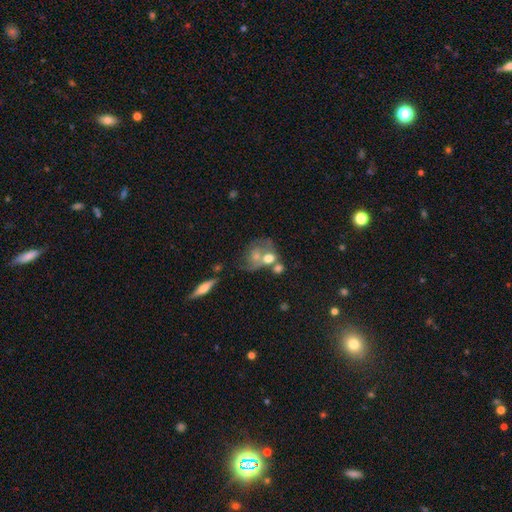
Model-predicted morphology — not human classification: Smooth or featured?
  - featured or disk: 51% *
  - smooth: 33%
  - star or artifact: 17%
Edge-on disk?
  - no: 91% *
  - yes: 9%
Merging?
  - none: 35% *
  - merger: 33%
  - major disturbance: 16%
  - minor disturbance: 16%